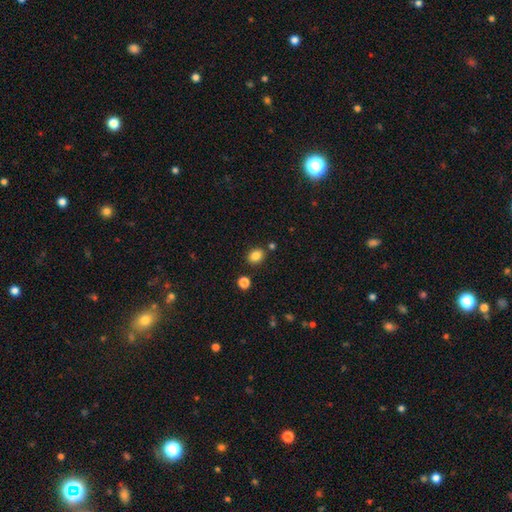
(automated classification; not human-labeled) Smooth or featured?
  - smooth: 84% *
  - star or artifact: 11%
  - featured or disk: 5%
How rounded?
  - in between: 53% *
  - round: 46%
  - cigar-shaped: 1%
Merging?
  - none: 82% *
  - minor disturbance: 10%
  - merger: 6%
  - major disturbance: 3%